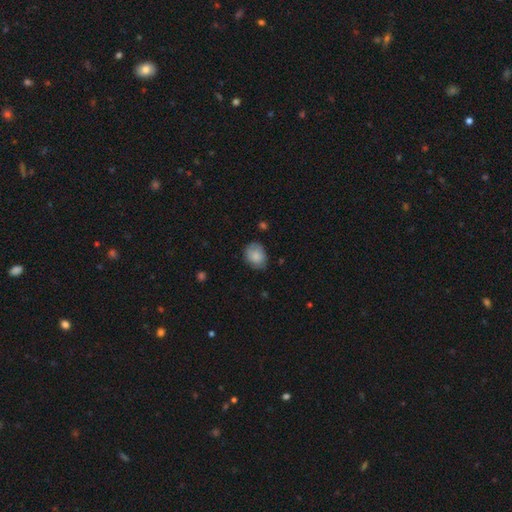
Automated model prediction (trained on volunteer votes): This appears to be a smooth galaxy with no disk features (83%) that is in between round and cigar-shaped (54%). Merging: none (70%).